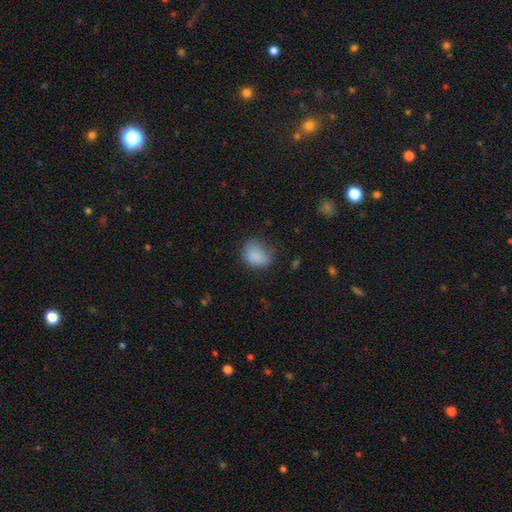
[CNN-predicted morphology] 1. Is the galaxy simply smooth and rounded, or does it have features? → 84% smooth, 9% star or artifact, 7% featured or disk.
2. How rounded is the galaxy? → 62% in between, 37% round, 1% cigar-shaped.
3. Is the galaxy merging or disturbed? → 55% none, 31% minor disturbance, 12% major disturbance, 2% merger.